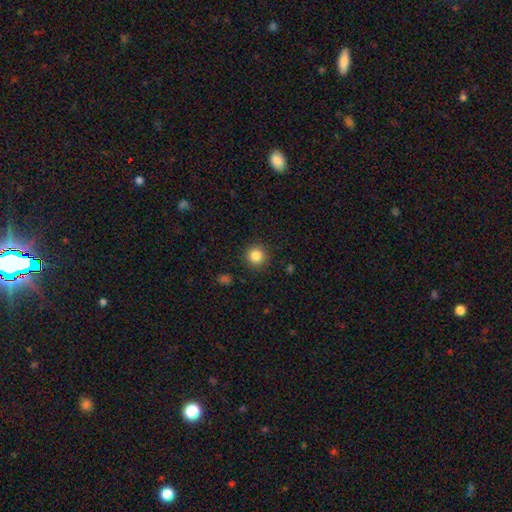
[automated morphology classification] Smooth or featured: smooth — 85% (star or artifact — 11%)
How rounded: round — 95% (in between — 4%)
Merging: none — 90% (minor disturbance — 6%)